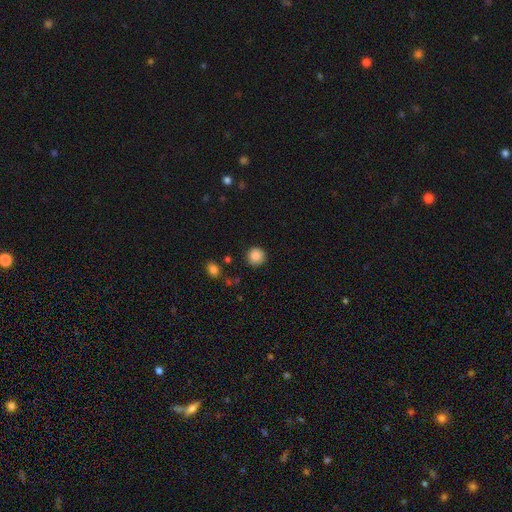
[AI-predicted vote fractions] Morphology: type=smooth (87%); roundness=round (93%); merging=none (87%).